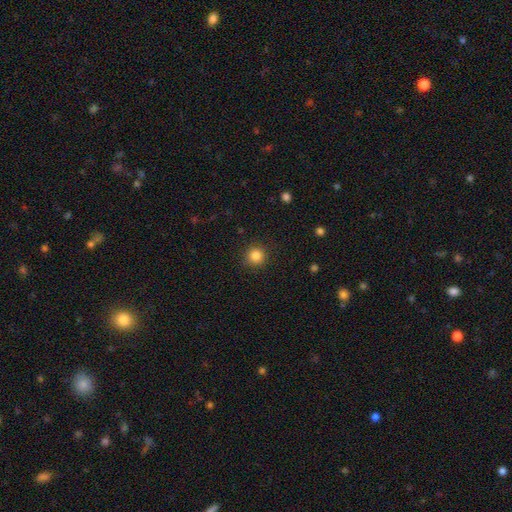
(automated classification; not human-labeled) smooth 84%, star or artifact 12%, featured or disk 4%. Down the decision tree: how rounded — round (94%); merging — none (90%).